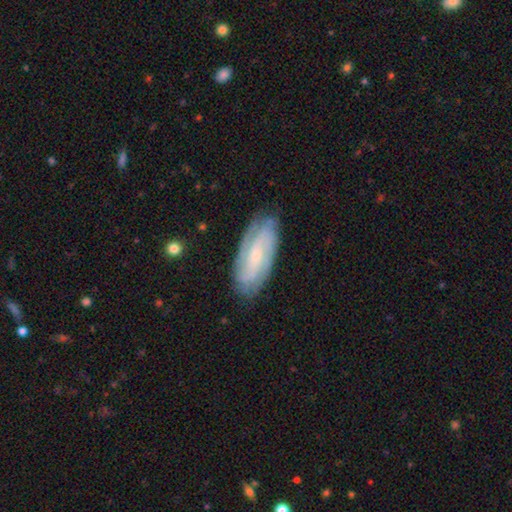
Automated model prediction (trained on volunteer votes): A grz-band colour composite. It shows a featured or disk galaxy (76%) with a weak bar (44%), 2 (37%) tight (56%) spiral arms (94%) and a small central bulge (67%). Merging: none (81%).